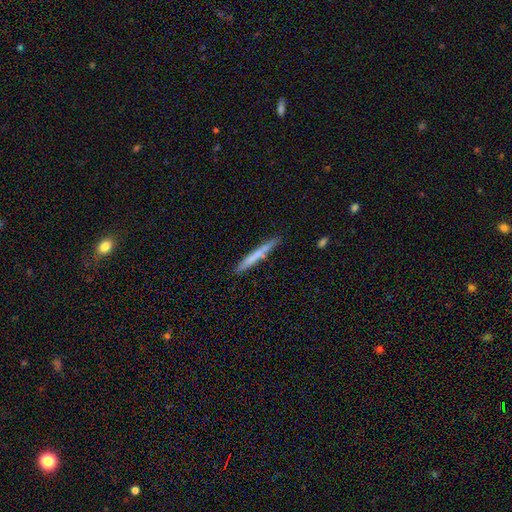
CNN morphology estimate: A smooth galaxy with no disk features (60%) that is cigar-shaped (96%). Merging: none (80%).